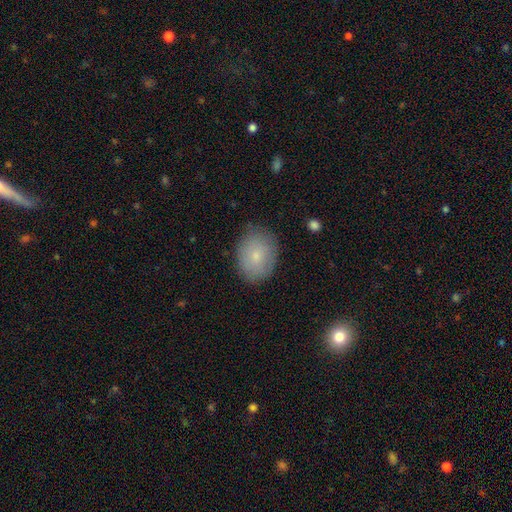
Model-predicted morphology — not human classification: A smooth galaxy with no disk features (77%) that is in between round and cigar-shaped (64%).

Vote fractions:
- Smooth or featured? smooth: 77% / featured or disk: 15% / star or artifact: 8%
- How rounded? in between: 64% / round: 35% / cigar-shaped: 1%
- Merging? none: 79% / minor disturbance: 17% / major disturbance: 4% / merger: 1%